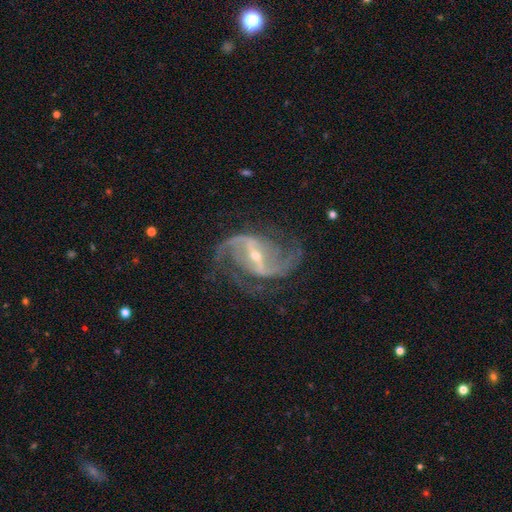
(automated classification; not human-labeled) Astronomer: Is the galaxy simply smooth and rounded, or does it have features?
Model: featured or disk — 92%.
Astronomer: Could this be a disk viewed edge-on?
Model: no — 97%.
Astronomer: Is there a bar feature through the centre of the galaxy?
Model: strong — 62%.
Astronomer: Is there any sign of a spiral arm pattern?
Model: yes — 98%.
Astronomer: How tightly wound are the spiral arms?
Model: medium — 46% (runner-up: loose, 44%).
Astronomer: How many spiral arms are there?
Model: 2 — 86%.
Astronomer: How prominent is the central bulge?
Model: small — 68%.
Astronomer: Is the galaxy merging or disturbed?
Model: none — 73%.